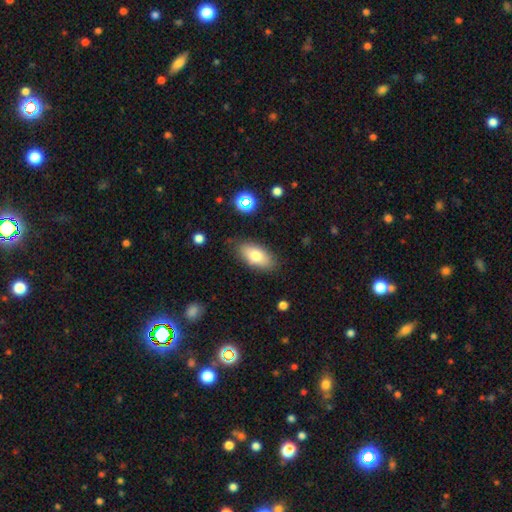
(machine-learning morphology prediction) A smooth galaxy with no disk features (76%) that is in between round and cigar-shaped (89%).

Vote fractions:
- Smooth or featured? smooth: 76% / featured or disk: 17% / star or artifact: 8%
- How rounded? in between: 89% / cigar-shaped: 7% / round: 4%
- Merging? none: 80% / minor disturbance: 14% / major disturbance: 3% / merger: 2%